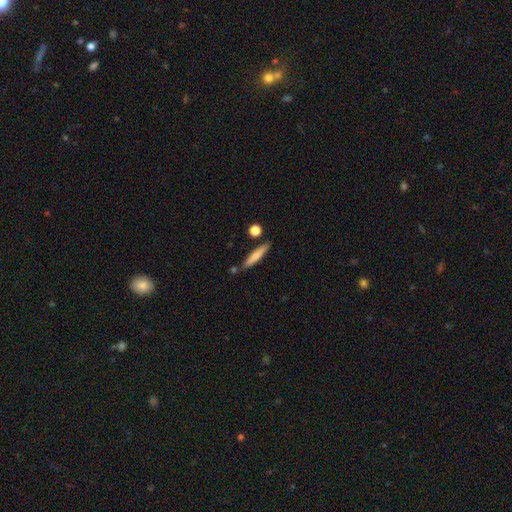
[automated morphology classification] Smooth or featured? Predicted: smooth (p=0.70). How rounded? Predicted: cigar-shaped (p=0.90). Merging? Predicted: none (p=0.79).